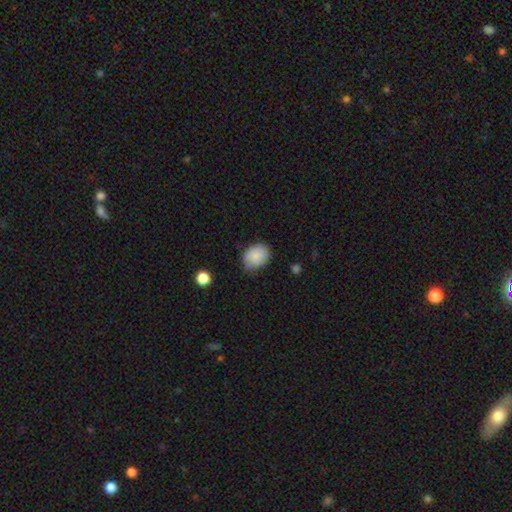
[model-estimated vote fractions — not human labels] A smooth galaxy with no disk features (86%) that is in between round and cigar-shaped (51%).

Vote fractions:
- Smooth or featured? smooth: 86% / star or artifact: 8% / featured or disk: 7%
- How rounded? in between: 51% / round: 48% / cigar-shaped: 1%
- Merging? none: 68% / minor disturbance: 26% / major disturbance: 5% / merger: 2%